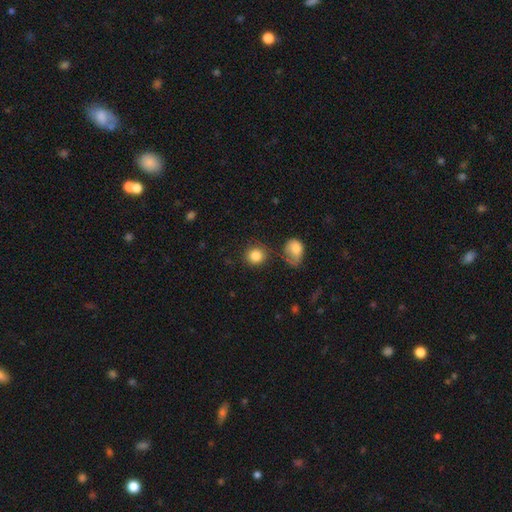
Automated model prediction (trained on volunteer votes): smooth_or_featured: smooth (p=0.85) [alt: star or artifact p=0.09]
how_rounded: round (p=0.85) [alt: in between p=0.14]
merging: none (p=0.77) [alt: minor disturbance p=0.12]